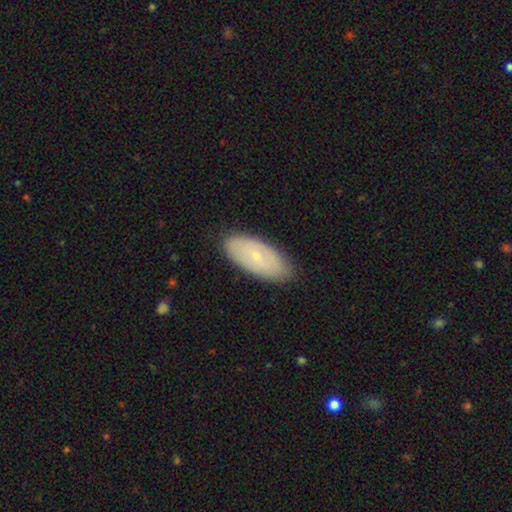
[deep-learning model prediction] Overall: smooth (59%; featured or disk 35%). How rounded: in between (91%). Merging: none (85%).